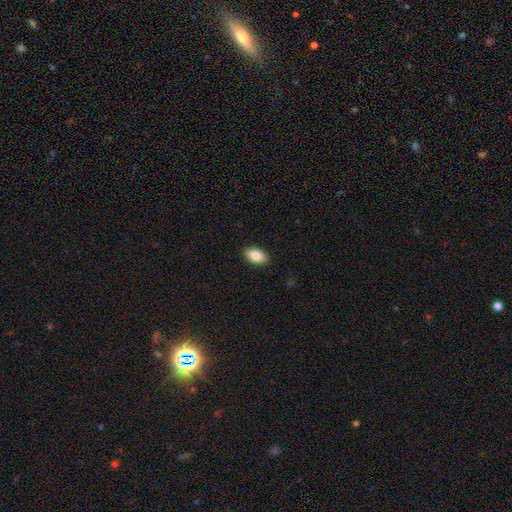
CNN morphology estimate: Q: Smooth or featured?
A: smooth (85%); runner-up: featured or disk (8%)
Q: How rounded?
A: in between (93%); runner-up: round (4%)
Q: Merging?
A: none (89%); runner-up: minor disturbance (8%)